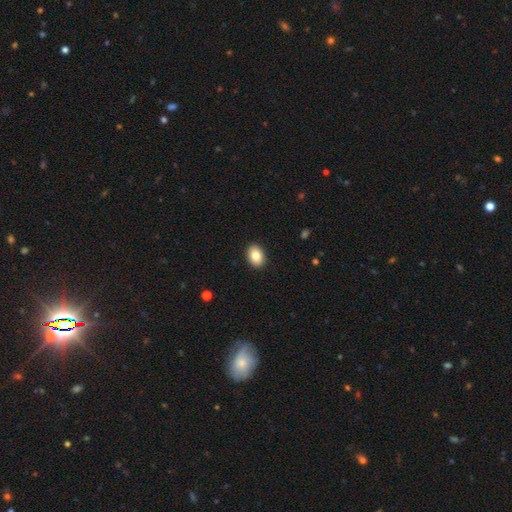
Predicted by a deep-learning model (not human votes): Smooth or featured? smooth (84%)
How rounded? in between (79%)
Merging? none (91%)